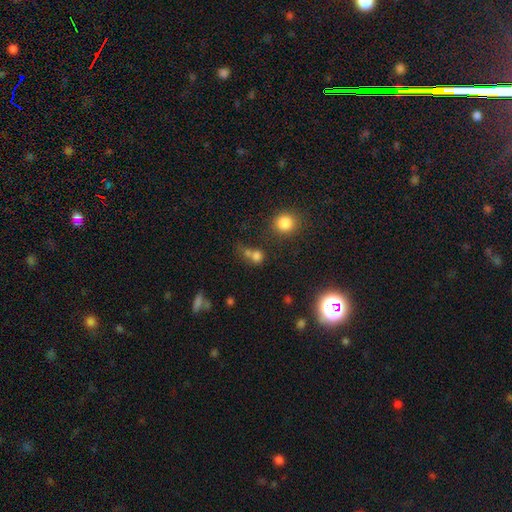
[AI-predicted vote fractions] The model was most divided on "merging" (2-way tie): none: 42%, merger: 42%, minor disturbance: 10%, major disturbance: 6%. More confident: how rounded — round (77%); smooth or featured — smooth (72%).